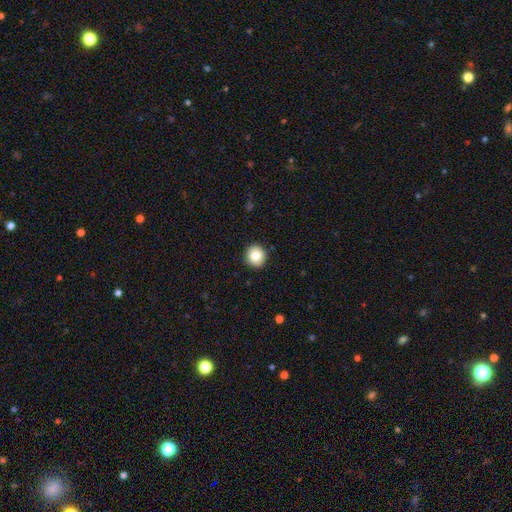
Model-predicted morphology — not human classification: Smooth or featured?
  - smooth: 83% *
  - star or artifact: 9%
  - featured or disk: 8%
How rounded?
  - round: 92% *
  - in between: 7%
  - cigar-shaped: 1%
Merging?
  - none: 92% *
  - minor disturbance: 6%
  - major disturbance: 2%
  - merger: 1%